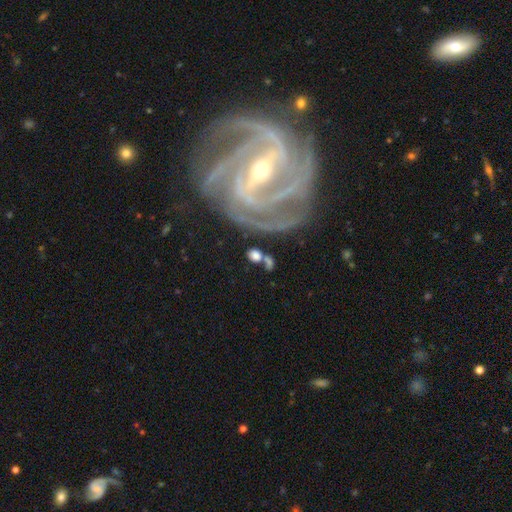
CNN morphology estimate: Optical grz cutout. It shows a smooth galaxy with no disk features (64%) that is in between round and cigar-shaped (59%). Merging: none (60%).